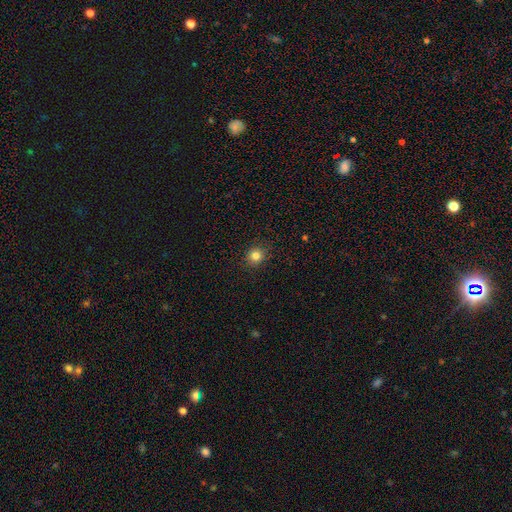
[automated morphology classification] smooth-or-featured: smooth: 81% | star or artifact: 13% | featured or disk: 6%
  how-rounded: round: 87% | in between: 12% | cigar-shaped: 1%
  merging: none: 91% | minor disturbance: 6% | major disturbance: 2% | merger: 1%